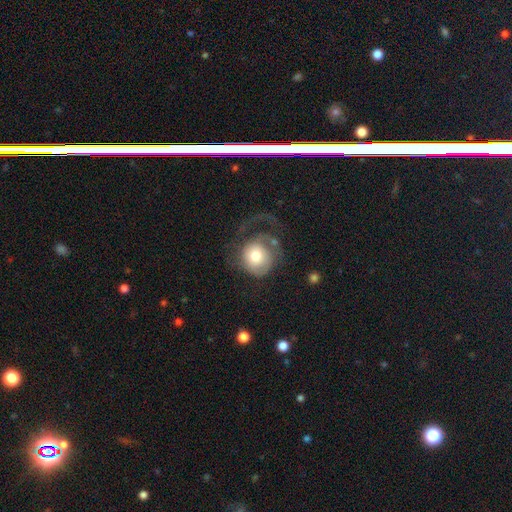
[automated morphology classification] The model was most divided on "smooth or featured": smooth: 51%, featured or disk: 41%, star or artifact: 7%. Remaining: how rounded — round (85%); merging — major disturbance (48%).